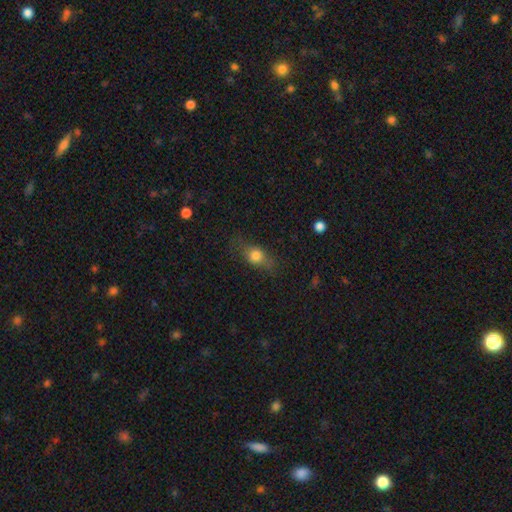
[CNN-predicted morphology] This appears to be a smooth galaxy with no disk features (69%) that is in between round and cigar-shaped (59%). Merging: none (68%).